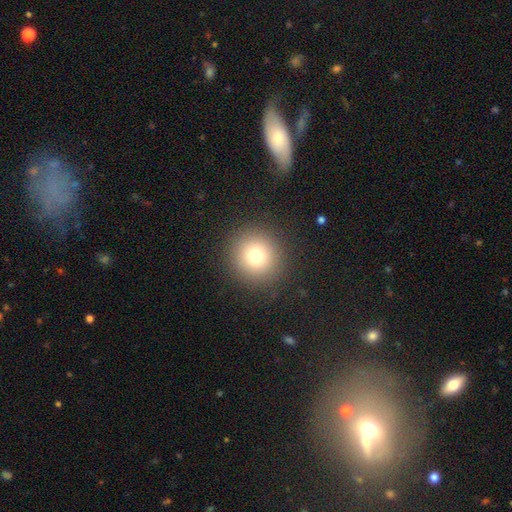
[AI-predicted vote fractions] Q: Smooth or featured?
A: smooth (77%); runner-up: star or artifact (14%)
Q: How rounded?
A: round (95%); runner-up: in between (4%)
Q: Merging?
A: none (90%); runner-up: minor disturbance (6%)